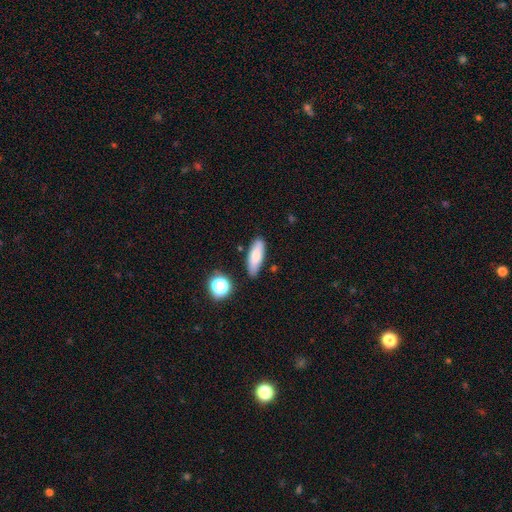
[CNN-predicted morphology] Smooth or featured?
  - smooth: 77% *
  - featured or disk: 14%
  - star or artifact: 9%
How rounded?
  - in between: 58% *
  - cigar-shaped: 39%
  - round: 3%
Merging?
  - none: 79% *
  - minor disturbance: 14%
  - merger: 4%
  - major disturbance: 3%